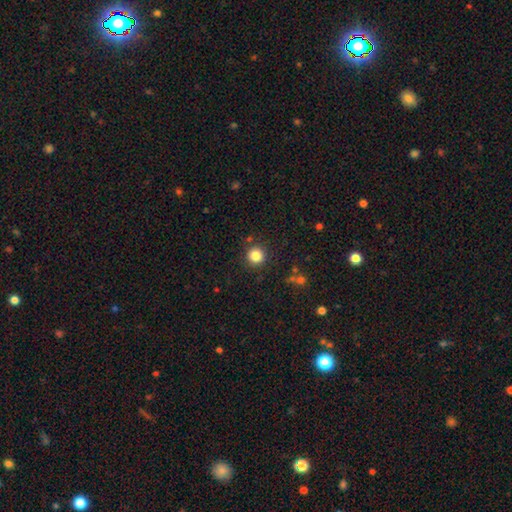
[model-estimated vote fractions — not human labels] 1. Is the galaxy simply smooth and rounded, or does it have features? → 84% smooth, 12% star or artifact, 5% featured or disk.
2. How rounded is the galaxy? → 94% round, 5% in between, 1% cigar-shaped.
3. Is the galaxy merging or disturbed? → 89% none, 7% minor disturbance, 3% major disturbance, 2% merger.